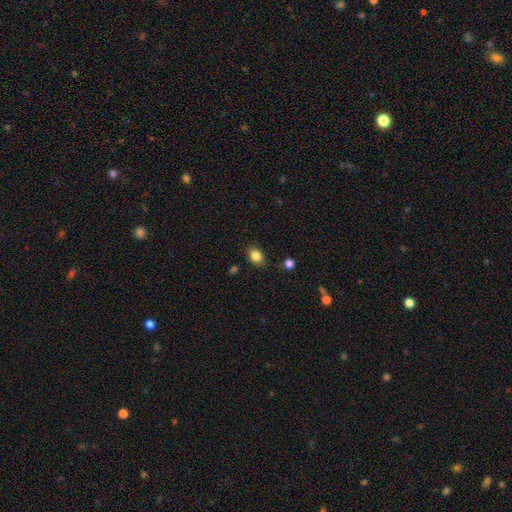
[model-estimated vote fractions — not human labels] Smooth or featured? Predicted: smooth (p=0.85). How rounded? Predicted: in between (p=0.66). Merging? Predicted: none (p=0.83).